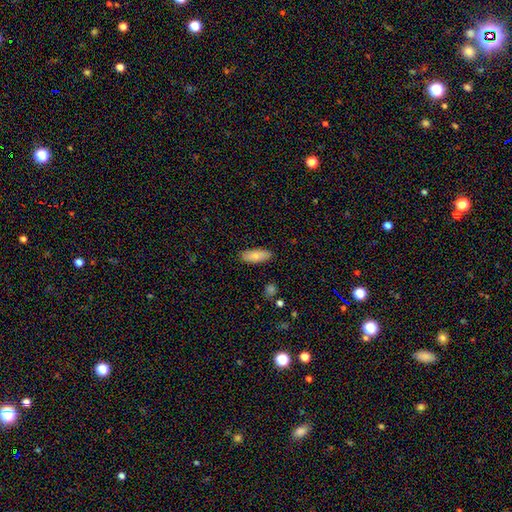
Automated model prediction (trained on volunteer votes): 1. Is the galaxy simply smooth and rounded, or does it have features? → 79% smooth, 15% featured or disk, 7% star or artifact.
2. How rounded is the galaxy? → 74% in between, 23% cigar-shaped, 2% round.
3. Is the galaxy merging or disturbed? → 88% none, 9% minor disturbance, 2% major disturbance, 1% merger.